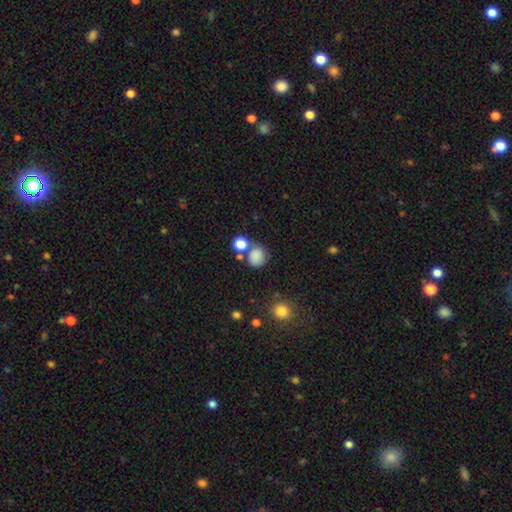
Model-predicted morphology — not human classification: smooth 82%, star or artifact 12%, featured or disk 6%. Down the decision tree: how rounded — round (77%); merging — none (61%).